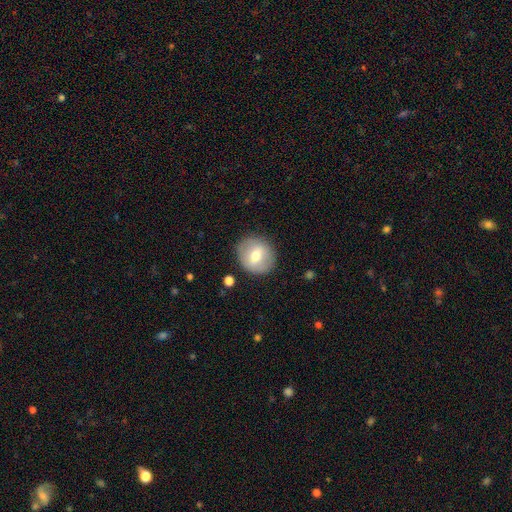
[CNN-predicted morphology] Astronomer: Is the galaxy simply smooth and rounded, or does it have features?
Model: smooth — 64%.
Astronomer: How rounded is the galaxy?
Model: round — 84%.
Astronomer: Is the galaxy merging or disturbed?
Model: none — 86%.